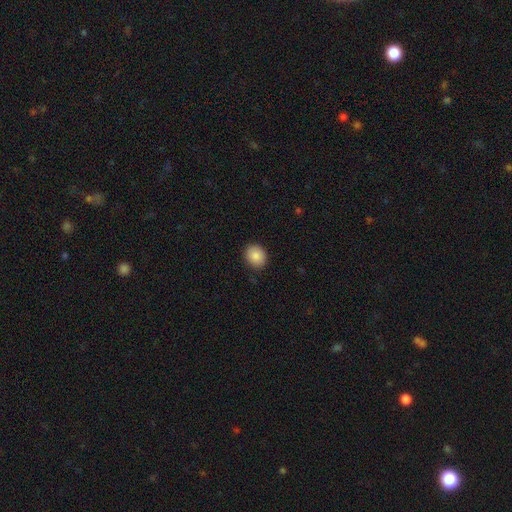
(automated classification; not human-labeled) A smooth galaxy with no disk features (87%) that is round (60%).

Vote fractions:
- Smooth or featured? smooth: 87% / star or artifact: 8% / featured or disk: 4%
- How rounded? round: 60% / in between: 39% / cigar-shaped: 1%
- Merging? none: 89% / minor disturbance: 8% / major disturbance: 2% / merger: 1%